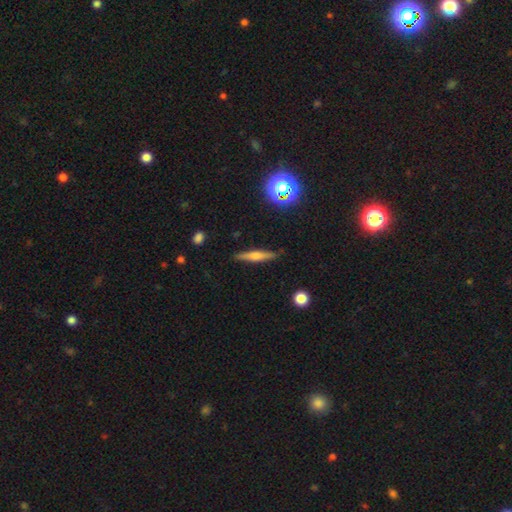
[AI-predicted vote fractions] Smooth or featured? Predicted: featured or disk (p=0.51). Edge-on disk? Predicted: yes (p=0.96). Merging? Predicted: none (p=0.87).